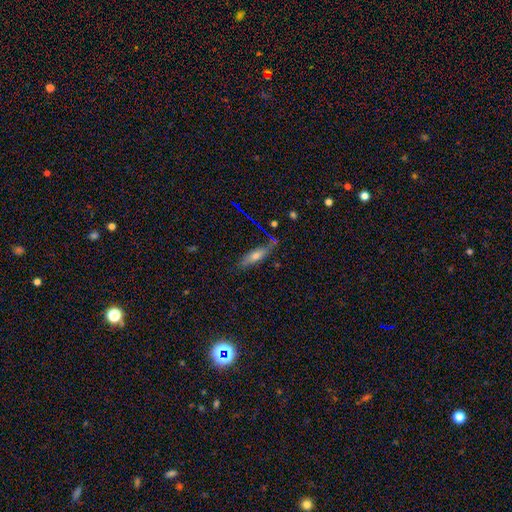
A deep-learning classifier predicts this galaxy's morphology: smooth-or-featured: smooth: 52% | featured or disk: 35% | star or artifact: 13%
  how-rounded: cigar-shaped: 58% | in between: 38% | round: 3%
  merging: none: 76% | minor disturbance: 16% | major disturbance: 4% | merger: 3%